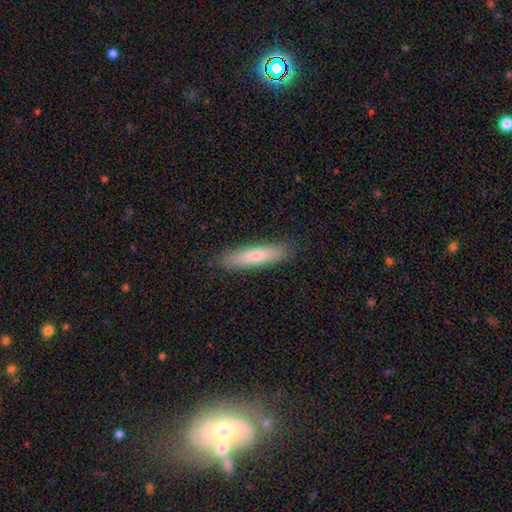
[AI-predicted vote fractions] Q: Smooth or featured?
A: smooth (74%); runner-up: featured or disk (20%)
Q: How rounded?
A: cigar-shaped (83%); runner-up: in between (16%)
Q: Merging?
A: none (89%); runner-up: minor disturbance (8%)